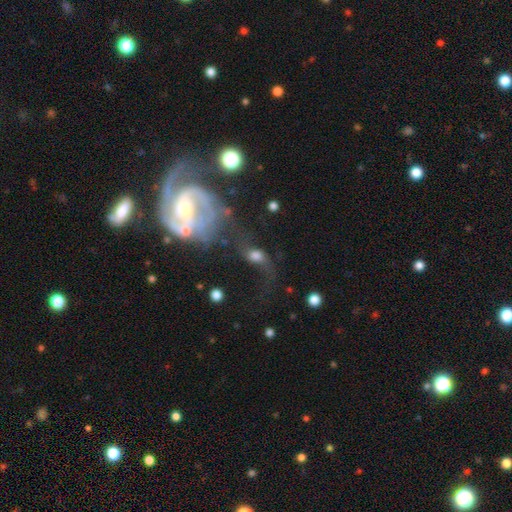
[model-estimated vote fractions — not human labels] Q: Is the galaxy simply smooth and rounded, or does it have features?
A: featured or disk — 51%.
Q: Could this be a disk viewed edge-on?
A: no — 91%.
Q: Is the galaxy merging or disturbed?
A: none — 38%.